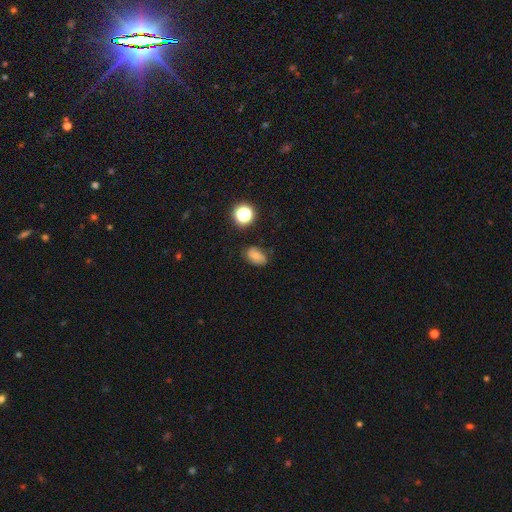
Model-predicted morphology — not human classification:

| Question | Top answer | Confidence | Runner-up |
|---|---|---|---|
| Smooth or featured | smooth | 54% | featured or disk (30%) |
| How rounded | in between | 78% | round (21%) |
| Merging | none | 70% | minor disturbance (22%) |